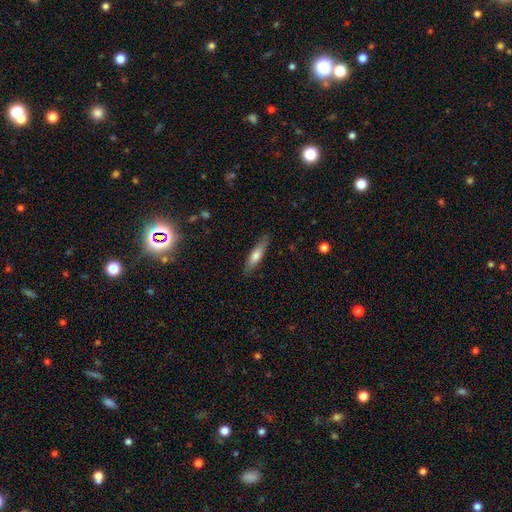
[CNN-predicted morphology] smooth_or_featured: smooth (p=0.64) [alt: featured or disk p=0.30]
how_rounded: cigar-shaped (p=0.74) [alt: in between p=0.24]
merging: none (p=0.86) [alt: minor disturbance p=0.11]